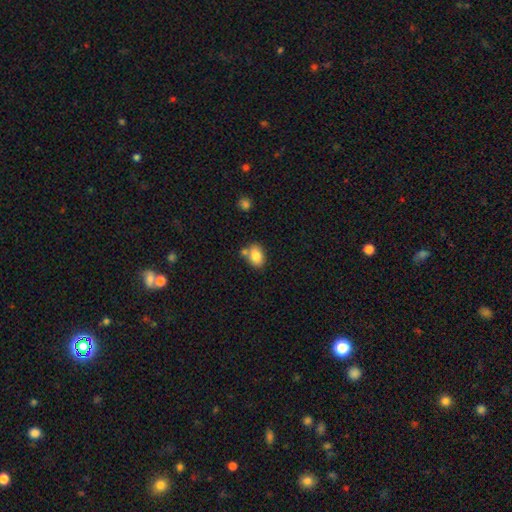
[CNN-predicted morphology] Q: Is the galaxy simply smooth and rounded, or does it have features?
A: smooth — 82%.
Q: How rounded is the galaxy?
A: in between — 70%.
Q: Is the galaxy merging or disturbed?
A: none — 64%.